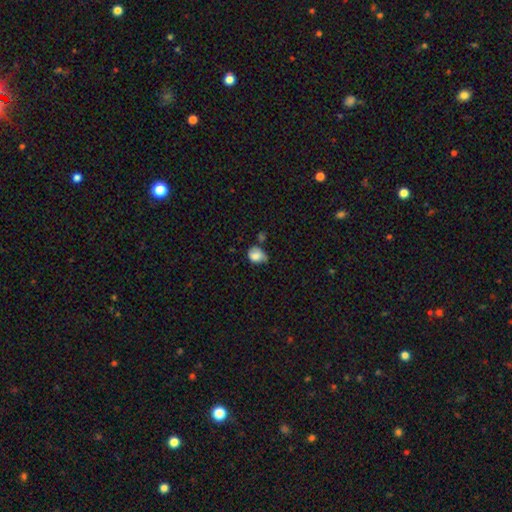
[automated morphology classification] smooth-or-featured: smooth: 79% | featured or disk: 13% | star or artifact: 9%
  how-rounded: in between: 58% | round: 41% | cigar-shaped: 1%
  merging: minor disturbance: 42% | none: 32% | major disturbance: 15% | merger: 11%